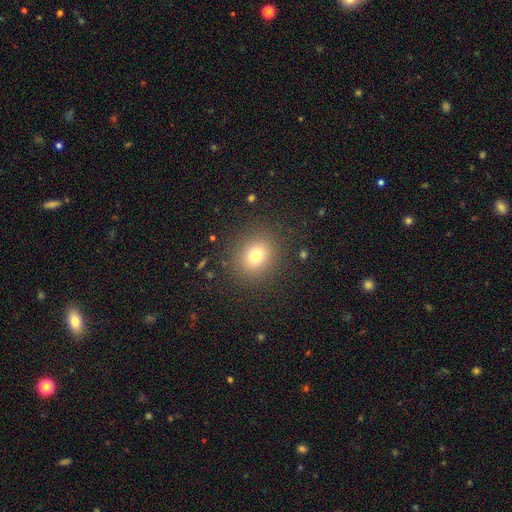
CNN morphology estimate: Overall: smooth (75%). How rounded: round (75%). Merging: none (86%).